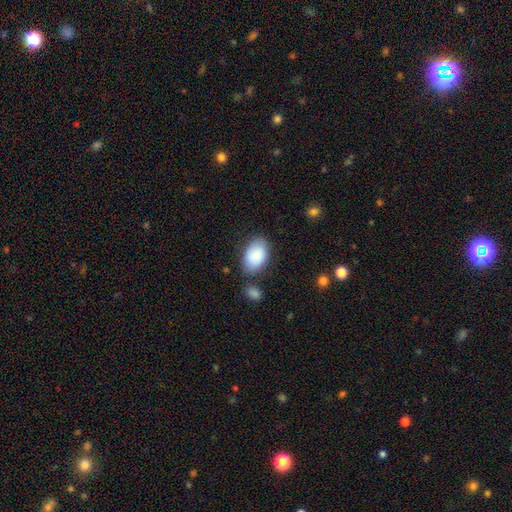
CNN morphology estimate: A smooth galaxy with no disk features (86%) that is in between round and cigar-shaped (91%). Merging: none (72%).